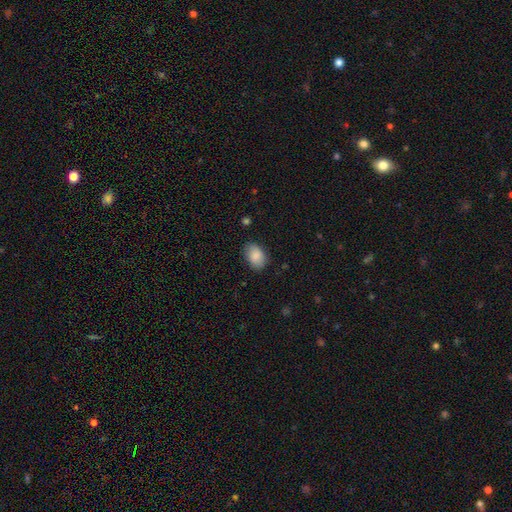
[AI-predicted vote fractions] smooth_or_featured: smooth (p=0.87) [alt: star or artifact p=0.07]
how_rounded: in between (p=0.86) [alt: round p=0.13]
merging: none (p=0.81) [alt: minor disturbance p=0.15]